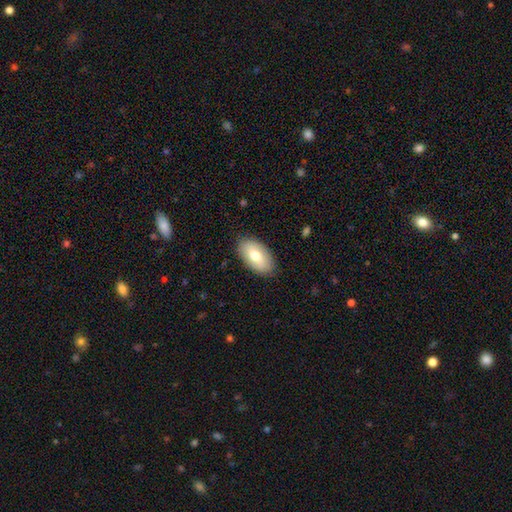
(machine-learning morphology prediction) Smooth or featured?
  - smooth: 70% *
  - featured or disk: 24%
  - star or artifact: 6%
How rounded?
  - in between: 94% *
  - round: 3%
  - cigar-shaped: 2%
Merging?
  - none: 86% *
  - minor disturbance: 10%
  - major disturbance: 2%
  - merger: 1%